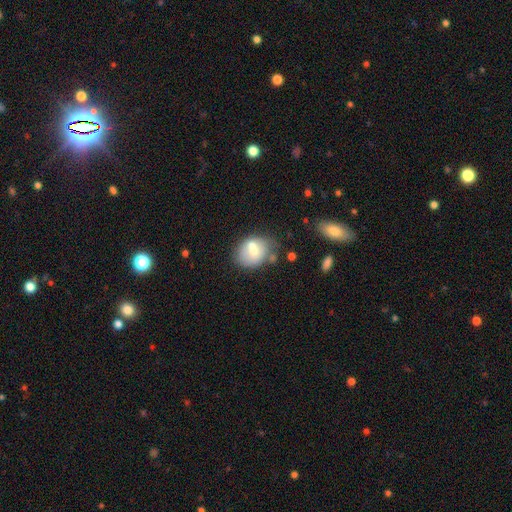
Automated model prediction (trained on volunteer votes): Smooth or featured: smooth — 56% (featured or disk — 33%)
How rounded: in between — 60% (round — 38%)
Merging: none — 58% (minor disturbance — 23%)